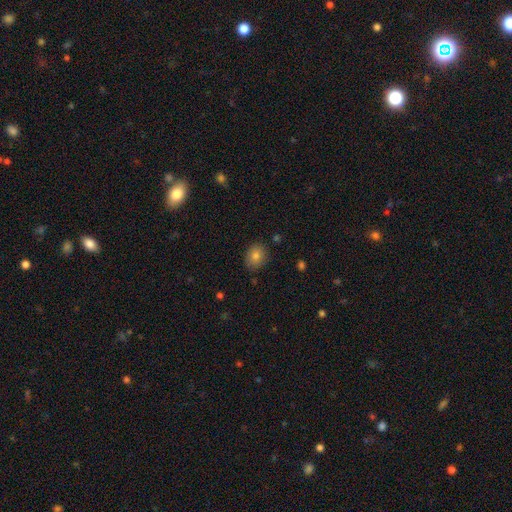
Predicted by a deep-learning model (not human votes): The model was most divided on "how rounded": round: 54%, in between: 45%, cigar-shaped: 1%. More confident: merging — none (84%); smooth or featured — smooth (81%).